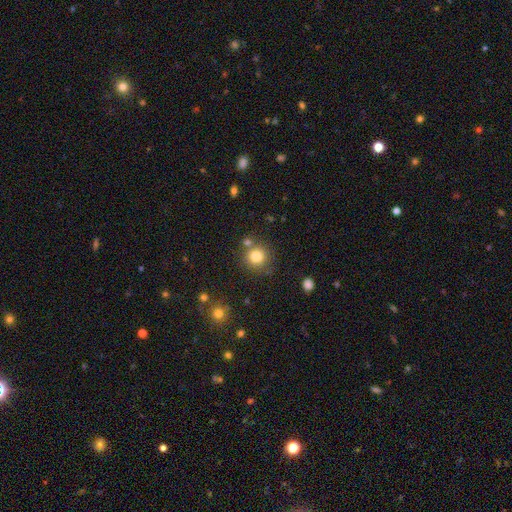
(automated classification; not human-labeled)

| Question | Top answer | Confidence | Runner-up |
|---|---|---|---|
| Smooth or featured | smooth | 82% | star or artifact (11%) |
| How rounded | round | 91% | in between (8%) |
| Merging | none | 74% | merger (12%) |